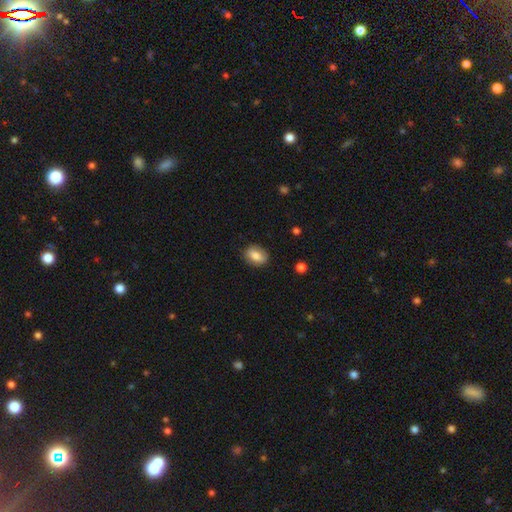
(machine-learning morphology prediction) smooth 81%, featured or disk 11%, star or artifact 8%. Down the decision tree: how rounded — in between (74%); merging — none (84%).